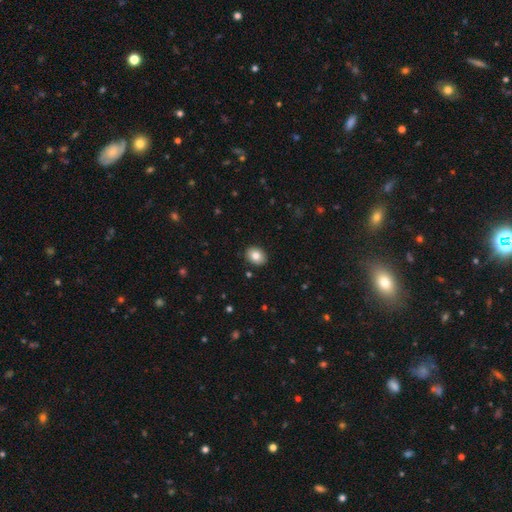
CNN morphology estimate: Overall: smooth (82%). How rounded: in between (61%; round 38%). Merging: none (89%).